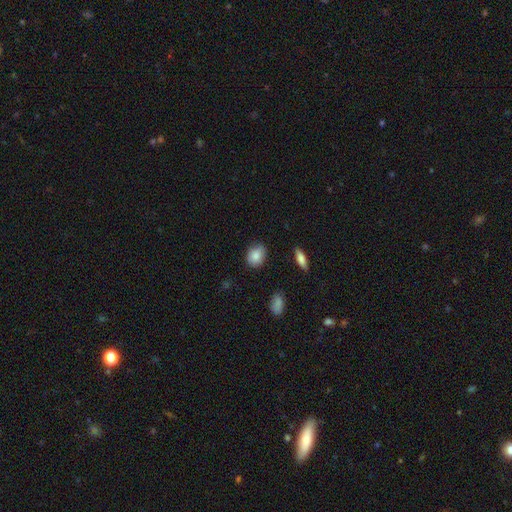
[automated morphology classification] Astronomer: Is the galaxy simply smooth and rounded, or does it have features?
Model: smooth — 86%.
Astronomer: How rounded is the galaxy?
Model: in between — 60% (runner-up: round, 38%).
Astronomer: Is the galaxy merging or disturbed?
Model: none — 79%.